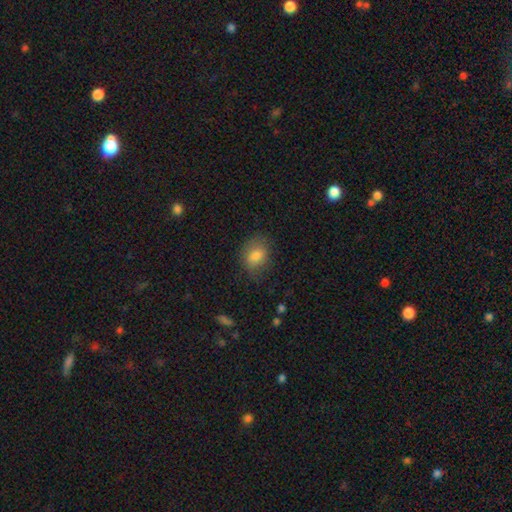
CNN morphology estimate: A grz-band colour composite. It shows a smooth galaxy with no disk features (80%) that is in between round and cigar-shaped (60%). Merging: none (71%).